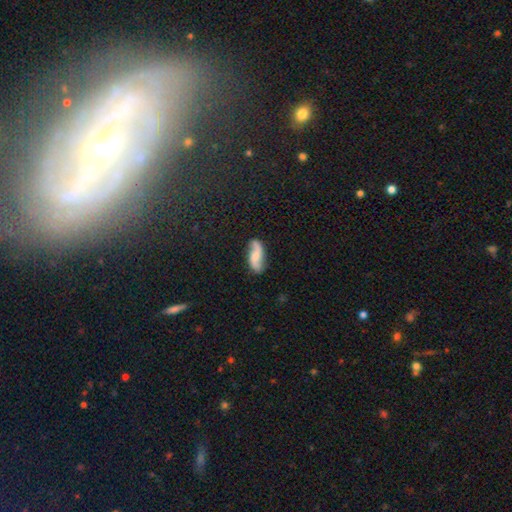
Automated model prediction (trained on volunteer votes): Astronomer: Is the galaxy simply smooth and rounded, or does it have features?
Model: featured or disk — 67%.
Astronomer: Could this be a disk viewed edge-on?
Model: no — 94%.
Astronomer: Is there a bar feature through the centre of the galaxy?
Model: no — 55% (runner-up: weak, 34%).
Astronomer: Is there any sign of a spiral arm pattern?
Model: yes — 94%.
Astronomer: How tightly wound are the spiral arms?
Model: loose — 76%.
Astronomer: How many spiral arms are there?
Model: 2 — 92%.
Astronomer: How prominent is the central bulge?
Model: small — 36% (runner-up: moderate, 32%).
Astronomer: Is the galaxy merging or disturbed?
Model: none — 79%.